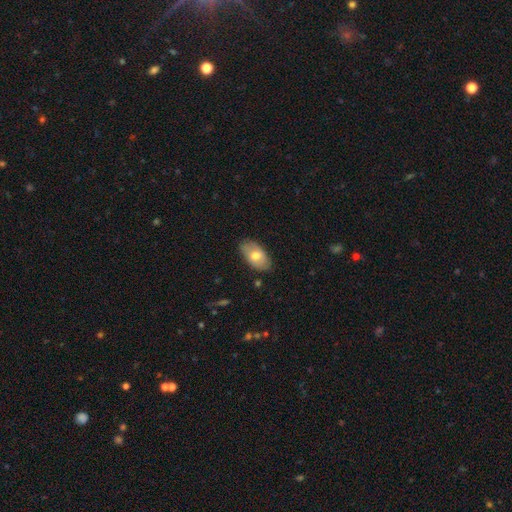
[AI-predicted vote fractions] Smooth or featured: smooth — 68% (featured or disk — 26%)
How rounded: in between — 93% (round — 5%)
Merging: none — 82% (minor disturbance — 14%)